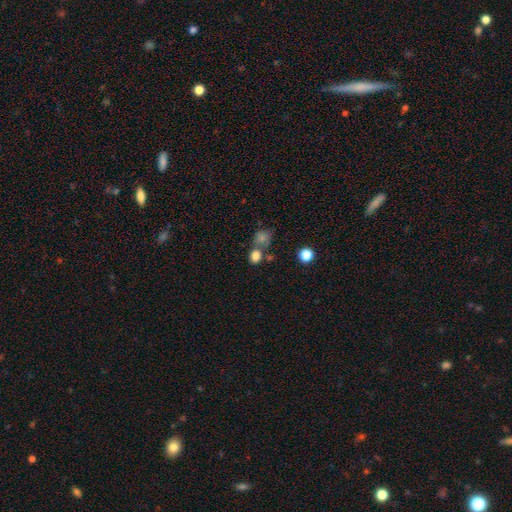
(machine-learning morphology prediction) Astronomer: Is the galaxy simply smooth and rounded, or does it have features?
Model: smooth — 80%.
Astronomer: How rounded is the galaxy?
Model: round — 62%.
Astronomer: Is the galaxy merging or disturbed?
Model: none — 56%.